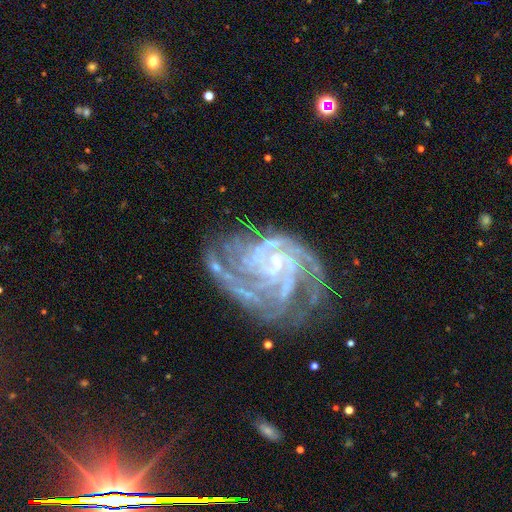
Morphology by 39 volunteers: Smooth or featured? featured or disk (95%)
Edge-on disk? no (97%)
Bar? weak (67%)
Spiral arms? yes (100%)
Spiral winding? tight (75%)
Spiral arm count? more than 4 (39%)
Bulge size? small (56%)
Merging? none (61%)